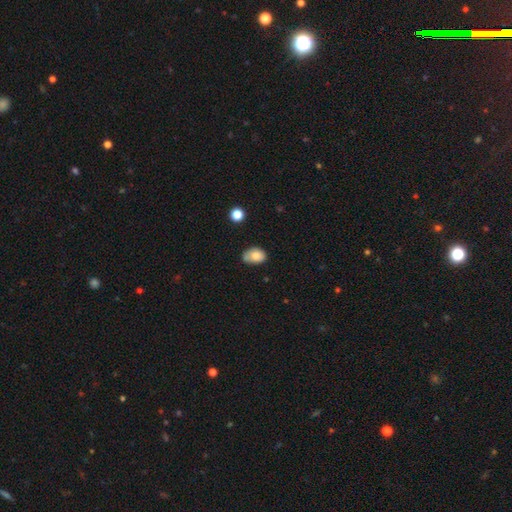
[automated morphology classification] Q: Smooth or featured?
A: smooth (79%); runner-up: featured or disk (13%)
Q: How rounded?
A: in between (78%); runner-up: round (21%)
Q: Merging?
A: none (49%); runner-up: minor disturbance (36%)